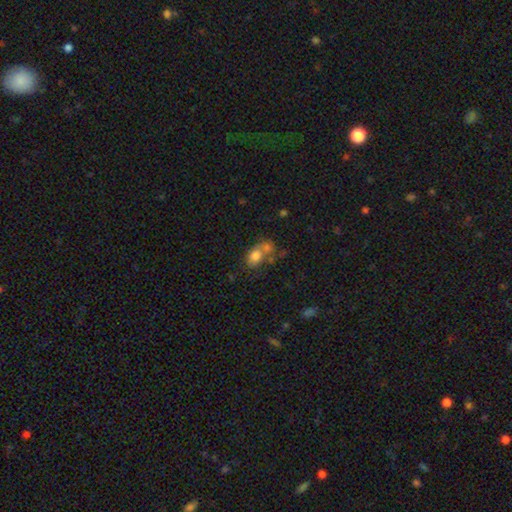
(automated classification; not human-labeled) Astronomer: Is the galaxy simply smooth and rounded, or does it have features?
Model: smooth — 75%.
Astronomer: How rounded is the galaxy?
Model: in between — 68%.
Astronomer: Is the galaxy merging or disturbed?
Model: merger — 46% (runner-up: none, 32%).